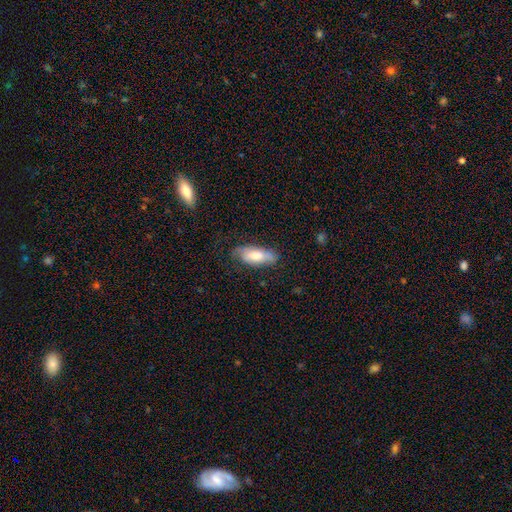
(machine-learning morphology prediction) smooth_or_featured: smooth (p=0.66) [alt: featured or disk p=0.27]
how_rounded: in between (p=0.78) [alt: cigar-shaped p=0.20]
merging: none (p=0.65) [alt: minor disturbance p=0.26]